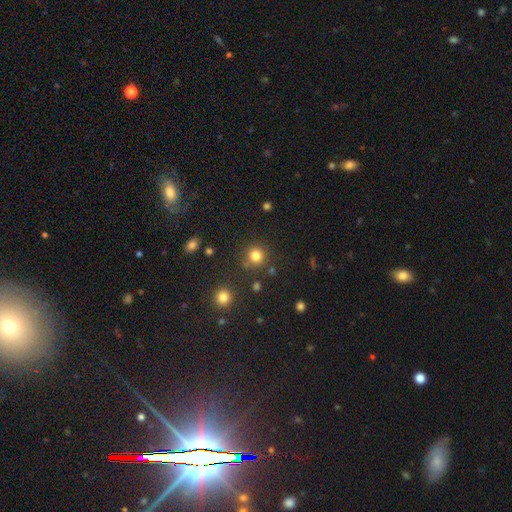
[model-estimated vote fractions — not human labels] Smooth or featured? Predicted: smooth (p=0.81). How rounded? Predicted: round (p=0.92). Merging? Predicted: none (p=0.82).